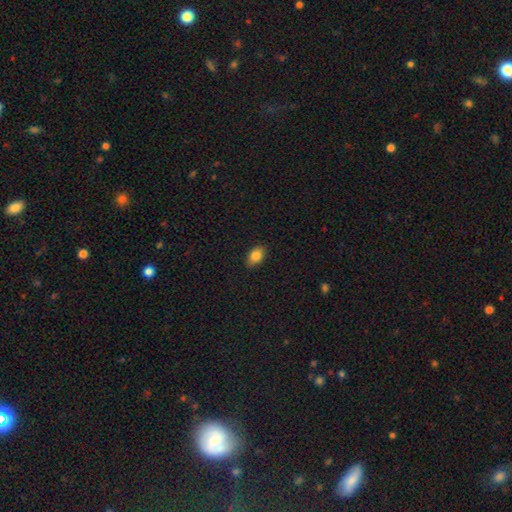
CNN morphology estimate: Q: Smooth or featured?
A: smooth (85%); runner-up: star or artifact (9%)
Q: How rounded?
A: in between (85%); runner-up: round (13%)
Q: Merging?
A: none (87%); runner-up: minor disturbance (10%)